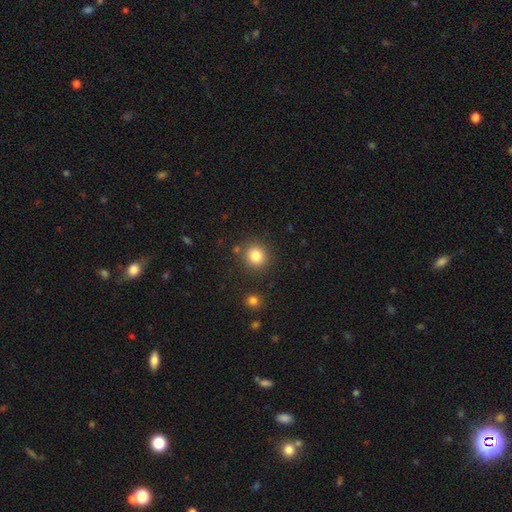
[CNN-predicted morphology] This is clearly a smooth galaxy (84%). How rounded: clearly round (89%). Merging: clearly none (85%).